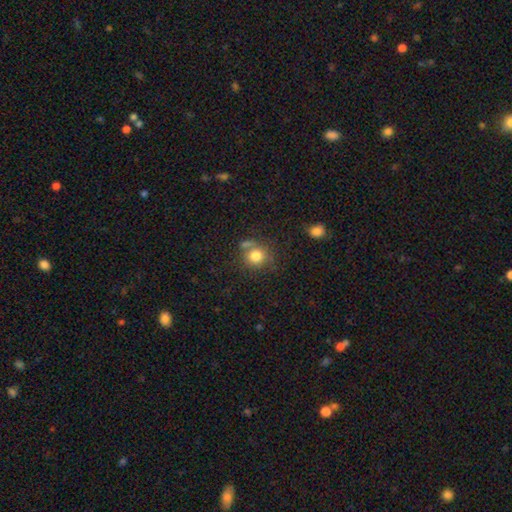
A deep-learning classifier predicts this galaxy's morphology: Smooth or featured? Predicted: smooth (p=0.80). How rounded? Predicted: round (p=0.87). Merging? Predicted: none (p=0.65).